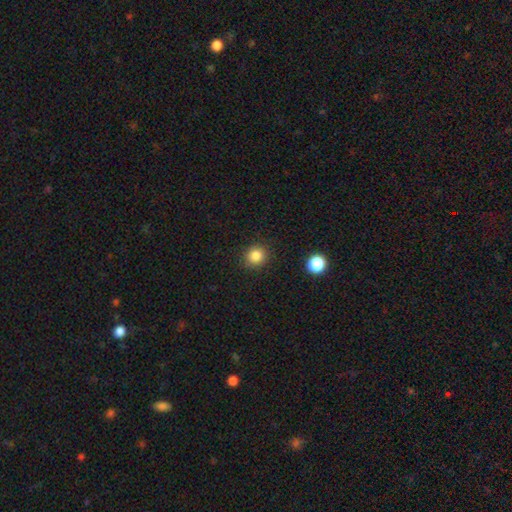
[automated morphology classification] The model was most divided on "smooth or featured": smooth: 85%, star or artifact: 11%, featured or disk: 4%. More confident: merging — none (89%); how rounded — round (87%).